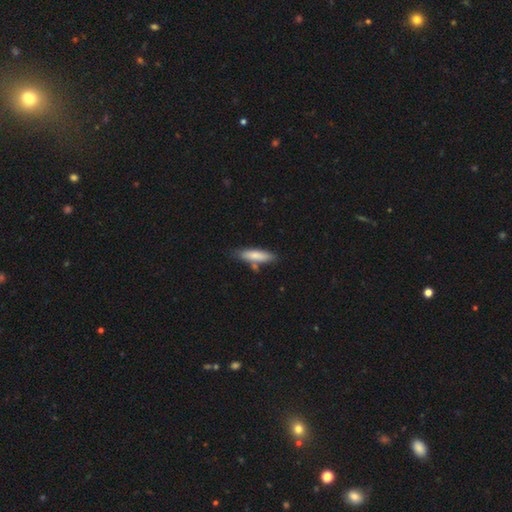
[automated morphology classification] type=smooth (80%); roundness=cigar-shaped (68%); merging=none (73%).